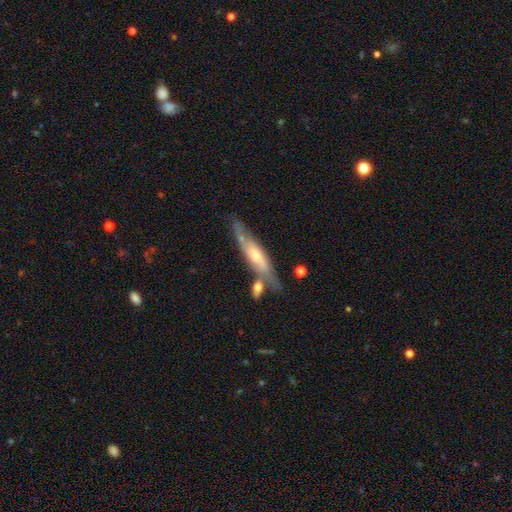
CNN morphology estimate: Smooth or featured?
  - featured or disk: 57% *
  - smooth: 38%
  - star or artifact: 5%
Edge-on disk?
  - yes: 51% *
  - no: 49%
Merging?
  - none: 51% *
  - merger: 23%
  - minor disturbance: 19%
  - major disturbance: 7%